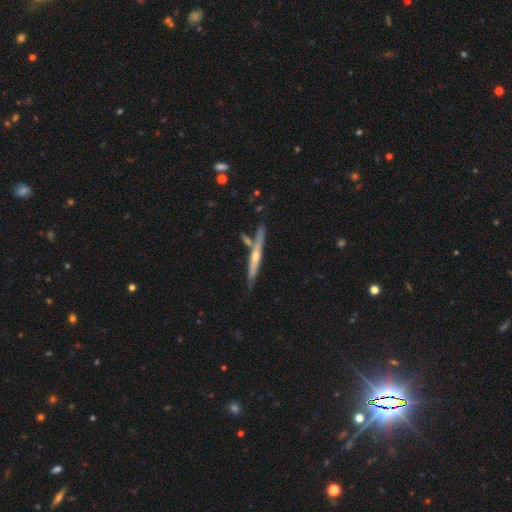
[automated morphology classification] Q: Smooth or featured?
A: featured or disk (69%); runner-up: smooth (26%)
Q: Edge-on disk?
A: yes (96%); runner-up: no (4%)
Q: Edge-on bulge?
A: rounded (78%); runner-up: none (19%)
Q: Merging?
A: none (74%); runner-up: minor disturbance (13%)